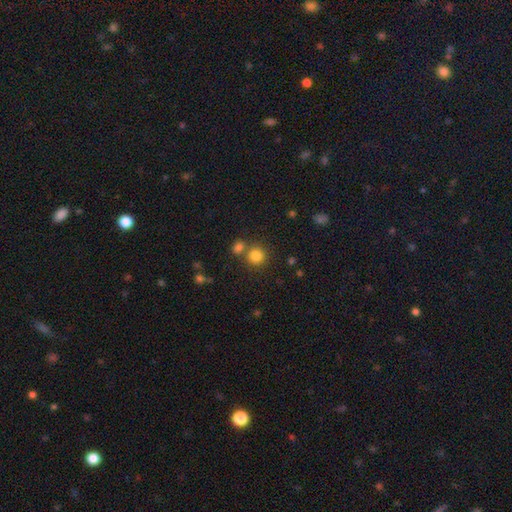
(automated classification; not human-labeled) Smooth or featured? smooth (82%)
How rounded? round (89%)
Merging? none (68%)